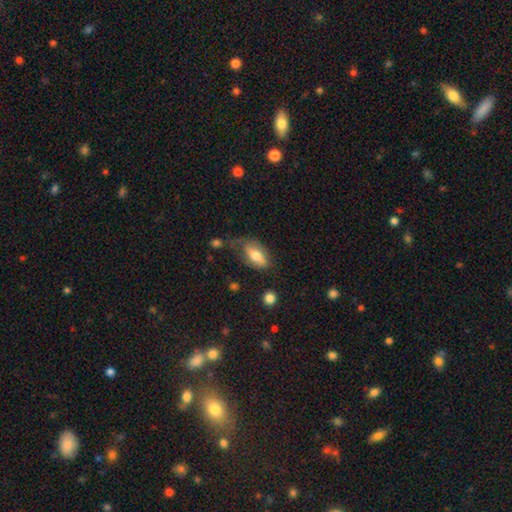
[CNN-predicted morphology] Overall: smooth (63%; featured or disk 30%). How rounded: in between (87%). Merging: none (46%; minor disturbance 32%).